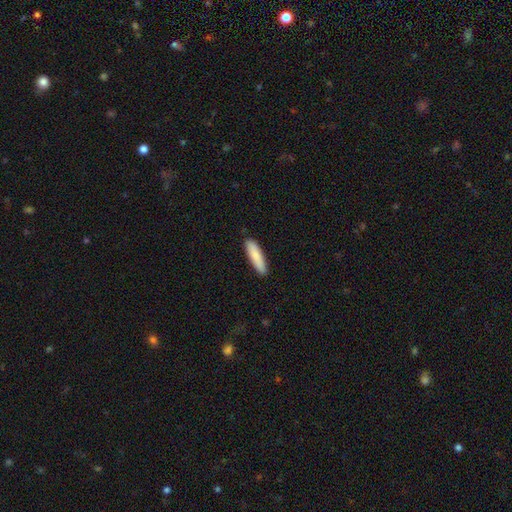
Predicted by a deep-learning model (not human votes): smooth-or-featured: smooth: 84% | featured or disk: 11% | star or artifact: 5%
  how-rounded: cigar-shaped: 73% | in between: 26% | round: 1%
  merging: none: 89% | minor disturbance: 9% | major disturbance: 2% | merger: 1%